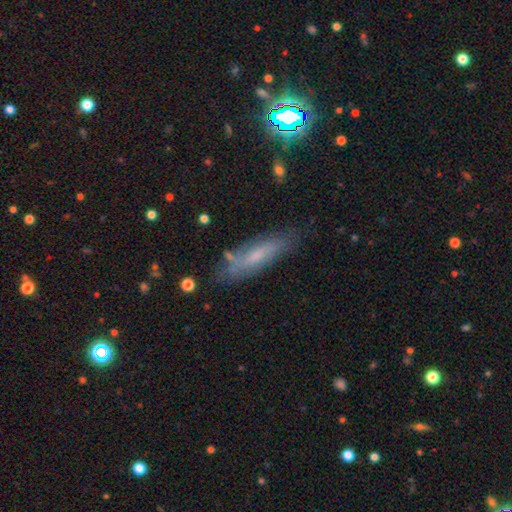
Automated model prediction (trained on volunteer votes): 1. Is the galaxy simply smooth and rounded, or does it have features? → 49% smooth, 41% featured or disk, 11% star or artifact.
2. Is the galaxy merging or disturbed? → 73% none, 19% minor disturbance, 5% major disturbance, 3% merger.